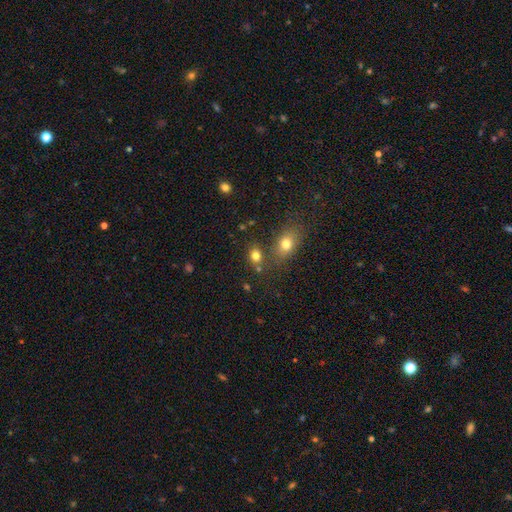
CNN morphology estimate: A smooth galaxy with no disk features (78%) that is round (52%).

Vote fractions:
- Smooth or featured? smooth: 78% / star or artifact: 14% / featured or disk: 8%
- How rounded? round: 52% / in between: 47% / cigar-shaped: 1%
- Merging? none: 66% / merger: 19% / minor disturbance: 11% / major disturbance: 4%